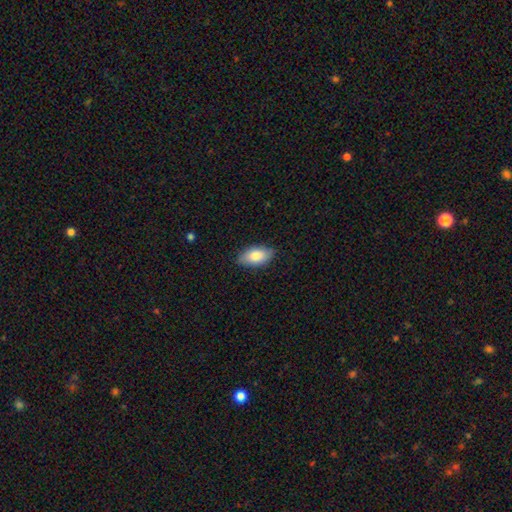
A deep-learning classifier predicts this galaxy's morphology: A smooth galaxy with no disk features (82%) that is in between round and cigar-shaped (93%).

Vote fractions:
- Smooth or featured? smooth: 82% / featured or disk: 12% / star or artifact: 6%
- How rounded? in between: 93% / round: 3% / cigar-shaped: 3%
- Merging? none: 83% / minor disturbance: 13% / major disturbance: 2% / merger: 1%